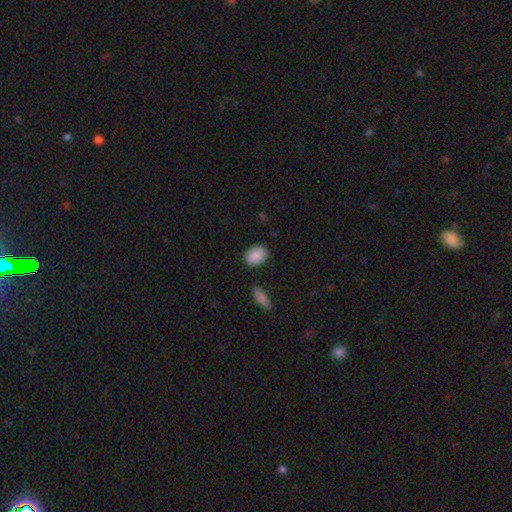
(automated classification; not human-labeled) Overall: smooth (89%). How rounded: in between (81%). Merging: none (83%).